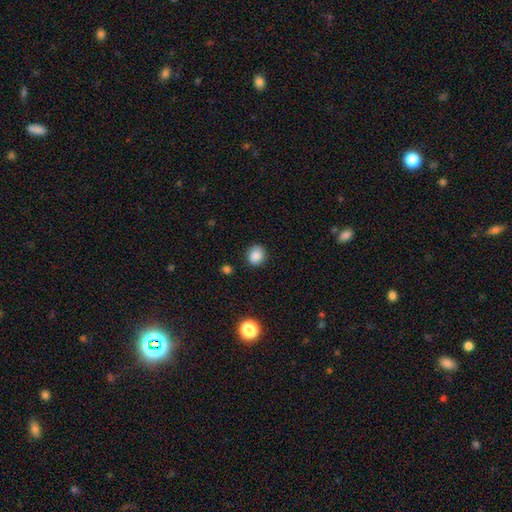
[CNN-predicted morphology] smooth_or_featured: smooth (p=0.86) [alt: star or artifact p=0.10]
how_rounded: round (p=0.71) [alt: in between p=0.28]
merging: none (p=0.82) [alt: minor disturbance p=0.13]